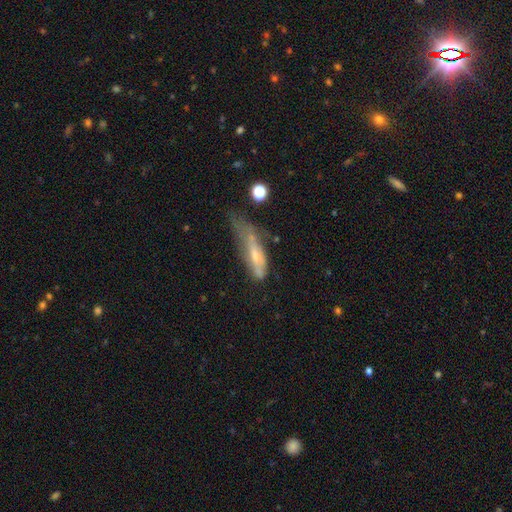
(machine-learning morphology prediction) Smooth or featured? smooth (49%)
Merging? major disturbance (41%)